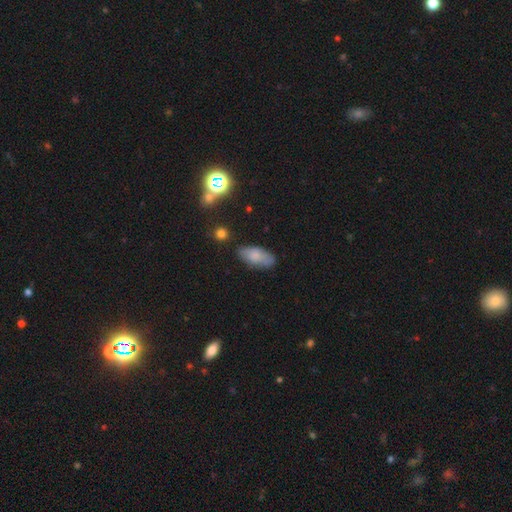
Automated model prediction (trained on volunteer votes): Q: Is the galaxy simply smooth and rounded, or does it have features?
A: smooth — 73%.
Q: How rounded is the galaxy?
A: in between — 91%.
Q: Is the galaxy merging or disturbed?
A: none — 72%.